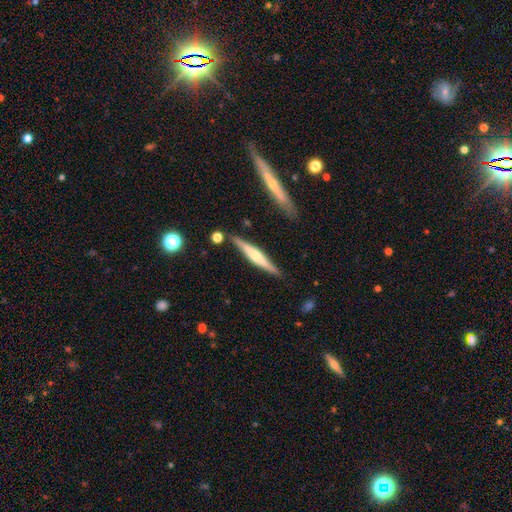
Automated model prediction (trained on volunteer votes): Q: Smooth or featured?
A: featured or disk (61%); runner-up: smooth (33%)
Q: Edge-on disk?
A: yes (96%); runner-up: no (4%)
Q: Edge-on bulge?
A: rounded (72%); runner-up: boxy (14%)
Q: Merging?
A: none (83%); runner-up: minor disturbance (11%)